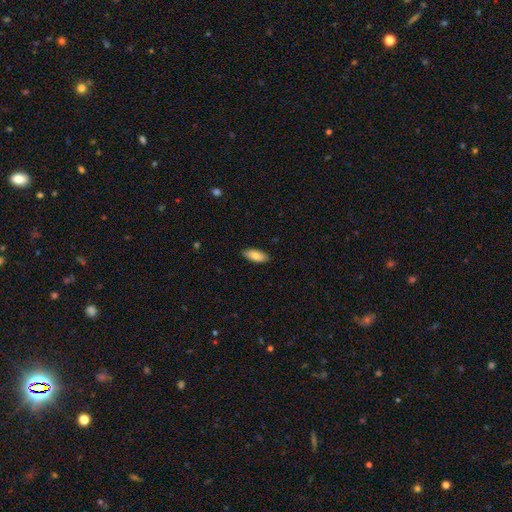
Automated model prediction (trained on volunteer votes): A smooth galaxy with no disk features (82%) that is in between round and cigar-shaped (84%).

Vote fractions:
- Smooth or featured? smooth: 82% / featured or disk: 12% / star or artifact: 6%
- How rounded? in between: 84% / cigar-shaped: 14% / round: 2%
- Merging? none: 89% / minor disturbance: 9% / major disturbance: 2% / merger: 1%